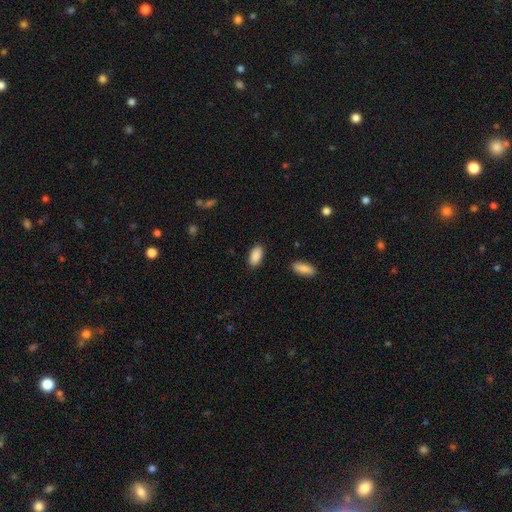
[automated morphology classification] smooth_or_featured: smooth (p=0.90) [alt: star or artifact p=0.07]
how_rounded: in between (p=0.93) [alt: cigar-shaped p=0.05]
merging: none (p=0.87) [alt: minor disturbance p=0.09]